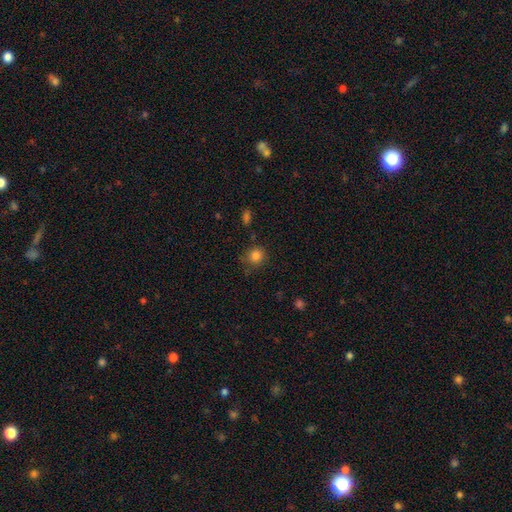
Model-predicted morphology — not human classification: This is clearly a smooth galaxy (83%). How rounded: clearly round (88%). Merging: likely none (76%).